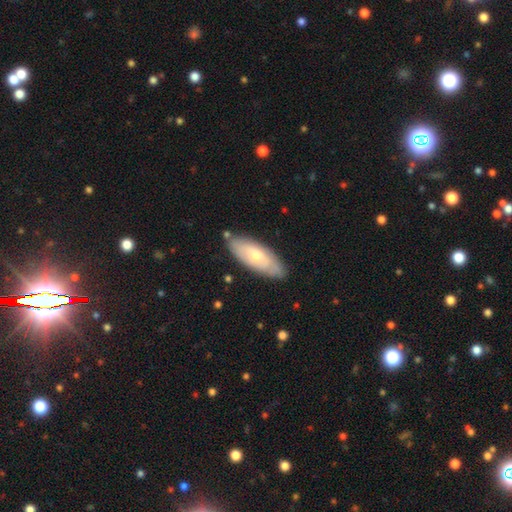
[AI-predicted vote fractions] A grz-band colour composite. It shows a smooth galaxy with no disk features (51%) that is in between round and cigar-shaped (72%). Merging: none (79%).